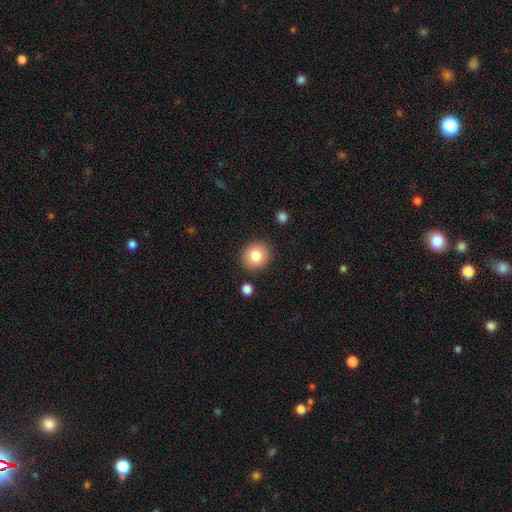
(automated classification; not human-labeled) The model was most divided on "how rounded": round: 81%, in between: 18%, cigar-shaped: 1%. More confident: merging — none (88%); smooth or featured — smooth (83%).